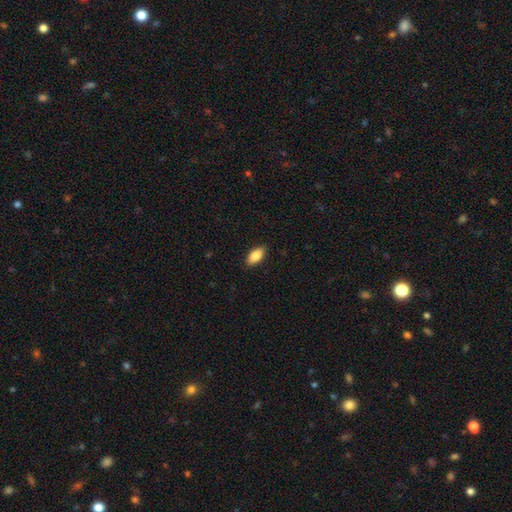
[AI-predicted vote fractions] Smooth or featured? smooth (85%)
How rounded? in between (90%)
Merging? none (88%)